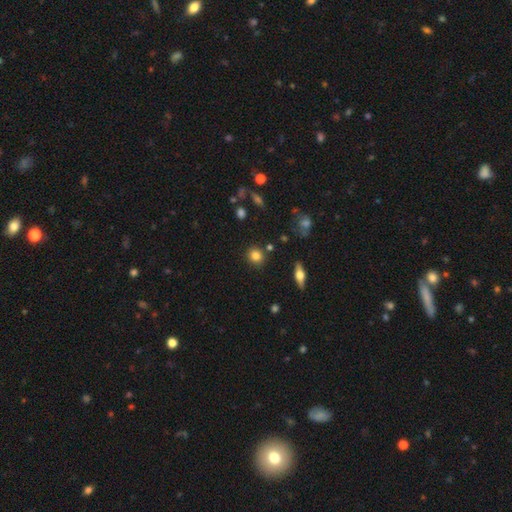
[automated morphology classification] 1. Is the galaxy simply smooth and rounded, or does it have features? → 81% smooth, 10% star or artifact, 9% featured or disk.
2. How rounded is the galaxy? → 85% round, 13% in between, 2% cigar-shaped.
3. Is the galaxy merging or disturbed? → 87% none, 7% minor disturbance, 3% merger, 2% major disturbance.